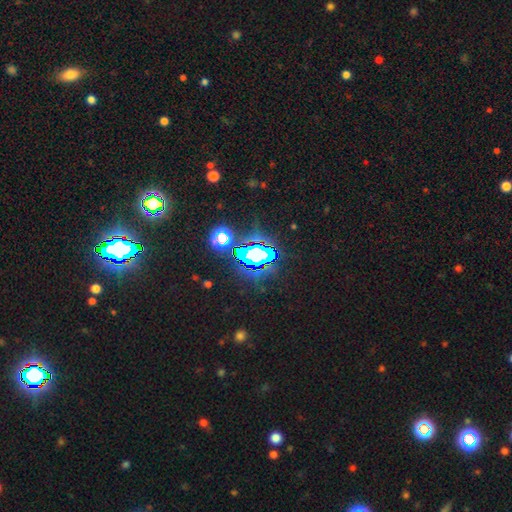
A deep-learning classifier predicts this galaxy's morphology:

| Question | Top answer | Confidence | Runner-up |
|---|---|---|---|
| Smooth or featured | star or artifact | 69% | smooth (19%) |